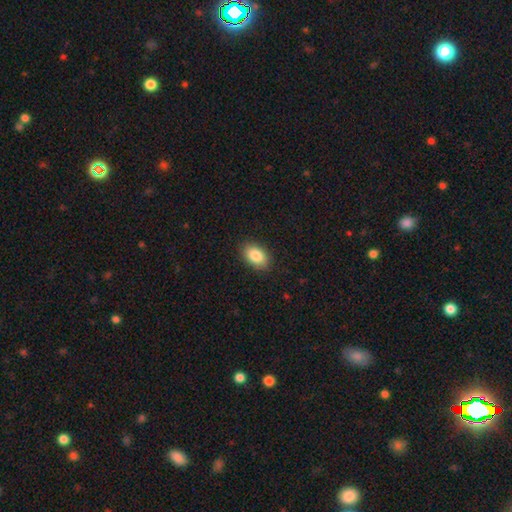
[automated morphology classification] Smooth or featured?
  - smooth: 86% *
  - star or artifact: 7%
  - featured or disk: 6%
How rounded?
  - in between: 89% *
  - round: 10%
  - cigar-shaped: 1%
Merging?
  - none: 89% *
  - minor disturbance: 8%
  - major disturbance: 2%
  - merger: 1%